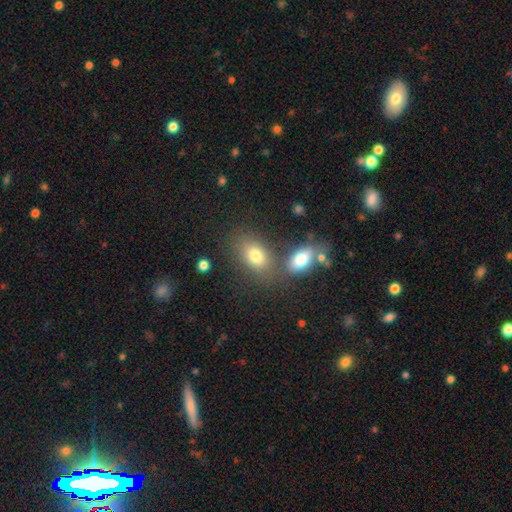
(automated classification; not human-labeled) Overall: smooth (77%). How rounded: in between (82%). Merging: none (60%; merger 23%).